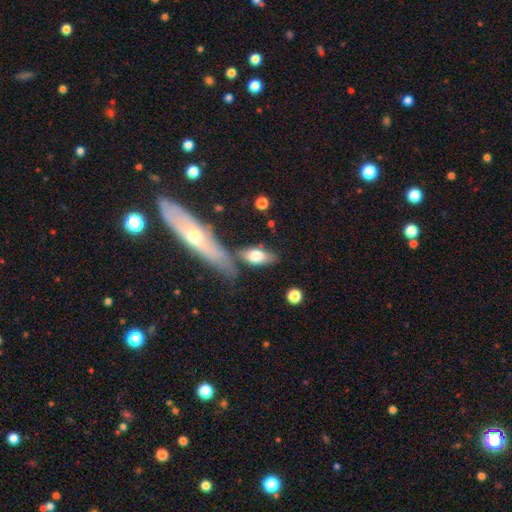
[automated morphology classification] Smooth or featured?
  - smooth: 67% *
  - featured or disk: 27%
  - star or artifact: 6%
How rounded?
  - in between: 79% *
  - cigar-shaped: 17%
  - round: 4%
Merging?
  - none: 58% *
  - merger: 18%
  - minor disturbance: 16%
  - major disturbance: 7%